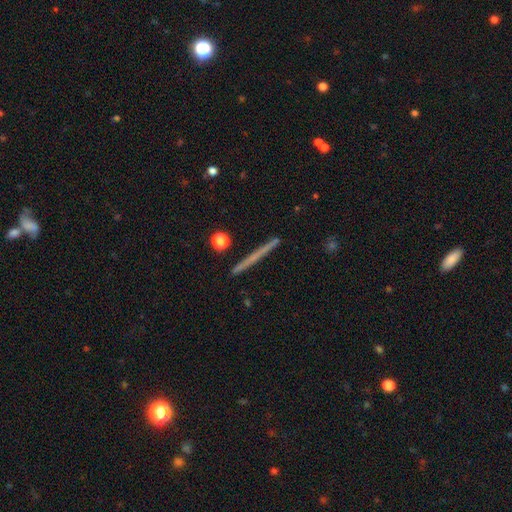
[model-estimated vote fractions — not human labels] Smooth or featured? featured or disk (48%)
Merging? none (91%)